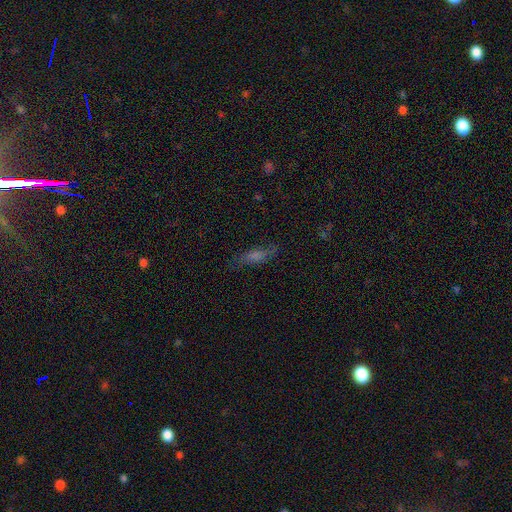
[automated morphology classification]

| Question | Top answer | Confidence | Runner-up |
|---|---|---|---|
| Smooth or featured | smooth | 47% | featured or disk (34%) |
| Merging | none | 75% | minor disturbance (17%) |